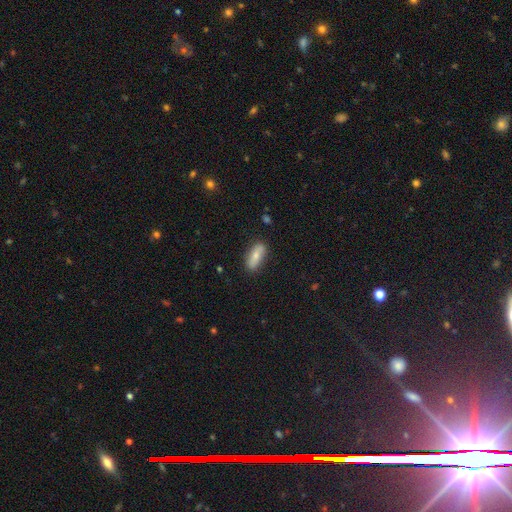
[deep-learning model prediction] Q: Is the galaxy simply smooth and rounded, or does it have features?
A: smooth — 72%.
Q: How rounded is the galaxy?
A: in between — 73%.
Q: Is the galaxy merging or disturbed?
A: none — 85%.